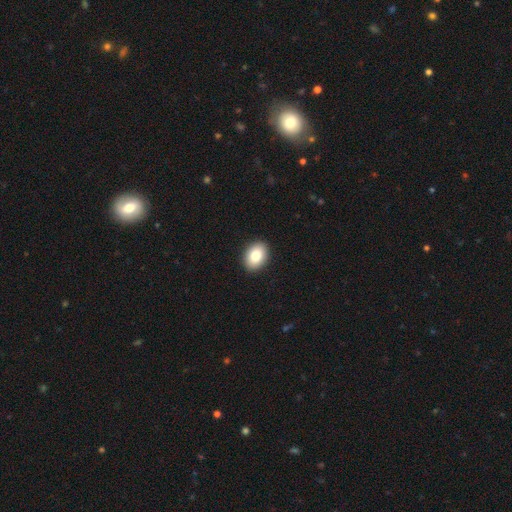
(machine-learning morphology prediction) A smooth galaxy with no disk features (84%) that is in between round and cigar-shaped (76%).

Vote fractions:
- Smooth or featured? smooth: 84% / featured or disk: 8% / star or artifact: 8%
- How rounded? in between: 76% / round: 23% / cigar-shaped: 1%
- Merging? none: 91% / minor disturbance: 6% / major disturbance: 2% / merger: 1%